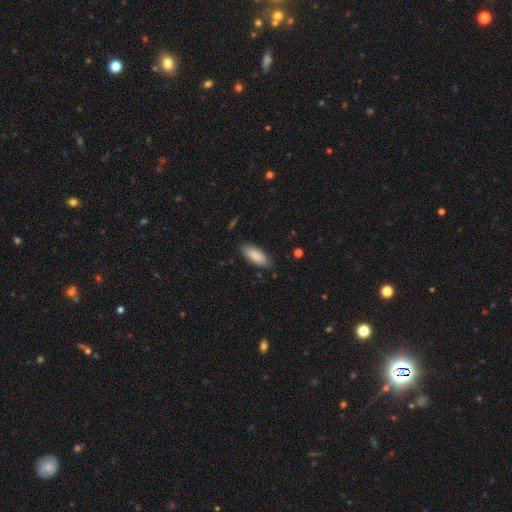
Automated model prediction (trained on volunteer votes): This appears to be a smooth galaxy with no disk features (88%) that is in between round and cigar-shaped (77%). Merging: none (83%).